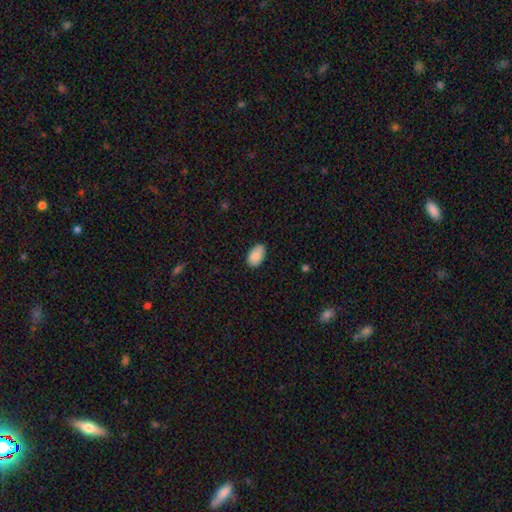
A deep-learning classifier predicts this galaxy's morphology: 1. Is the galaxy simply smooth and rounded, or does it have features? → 89% smooth, 7% star or artifact, 4% featured or disk.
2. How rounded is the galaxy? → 93% in between, 5% round, 1% cigar-shaped.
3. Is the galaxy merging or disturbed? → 81% none, 16% minor disturbance, 2% major disturbance, 1% merger.